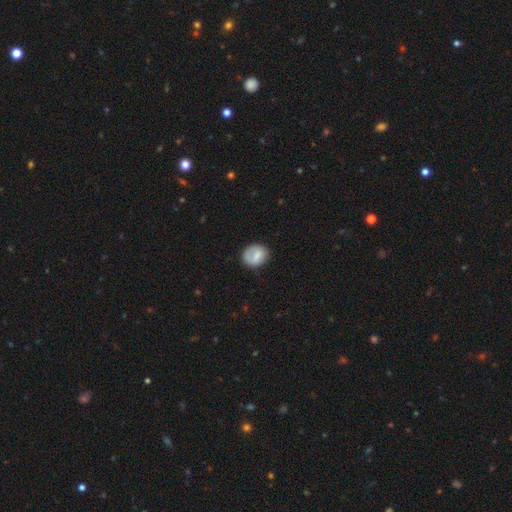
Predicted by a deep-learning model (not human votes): This is likely a smooth galaxy (74%). How rounded: possibly round (59%). Merging: likely none (73%).